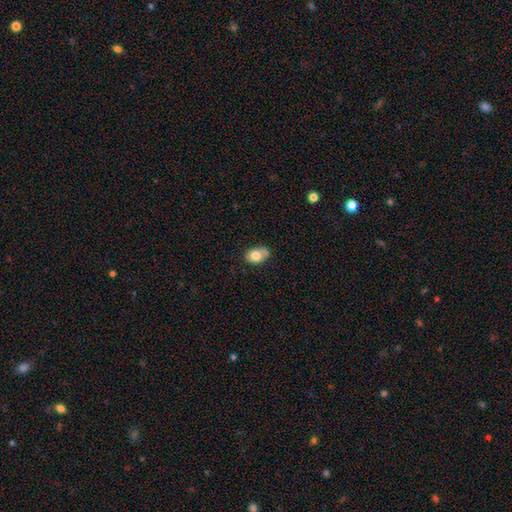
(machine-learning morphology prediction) Overall: smooth (77%). How rounded: in between (68%; round 31%). Merging: none (55%; minor disturbance 29%).